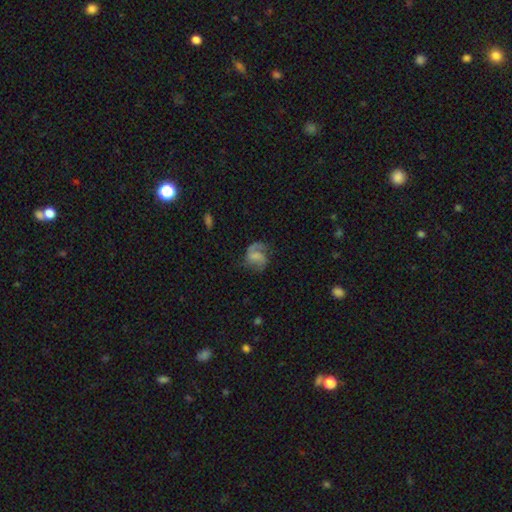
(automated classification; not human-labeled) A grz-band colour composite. It shows a featured or disk galaxy (65%) with a weak bar (46%), 2 (74%) medium (47%) spiral arms (91%) and no central bulge (36%). Merging: none (58%).